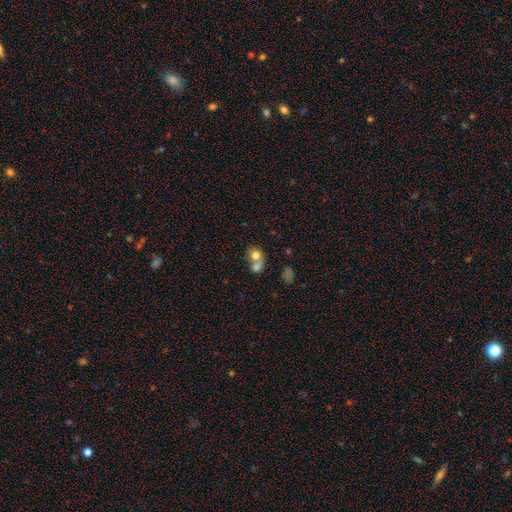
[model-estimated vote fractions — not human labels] smooth-or-featured: smooth: 73% | featured or disk: 17% | star or artifact: 10%
  how-rounded: round: 70% | in between: 29% | cigar-shaped: 1%
  merging: merger: 63% | none: 27% | minor disturbance: 7% | major disturbance: 4%